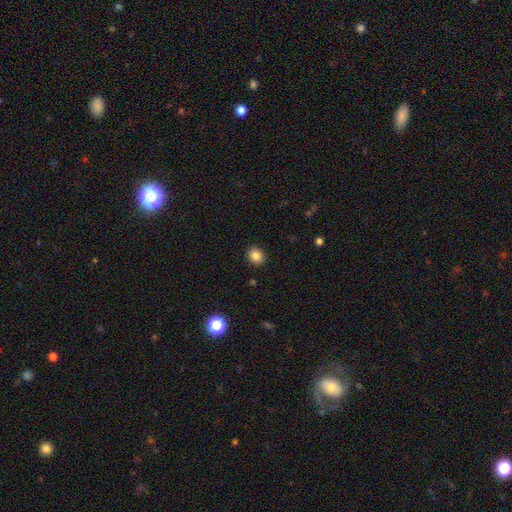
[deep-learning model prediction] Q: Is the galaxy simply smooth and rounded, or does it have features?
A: smooth — 85%.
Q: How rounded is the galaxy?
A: round — 75%.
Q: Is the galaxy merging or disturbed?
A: none — 91%.